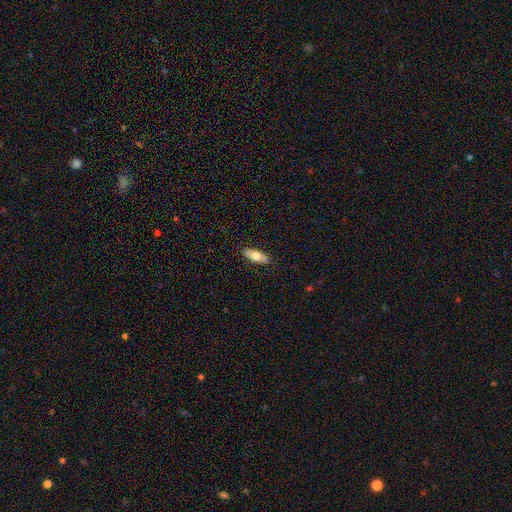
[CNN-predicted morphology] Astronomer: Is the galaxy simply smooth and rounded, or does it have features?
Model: smooth — 64%.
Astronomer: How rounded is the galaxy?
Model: in between — 77%.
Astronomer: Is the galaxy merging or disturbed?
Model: none — 86%.